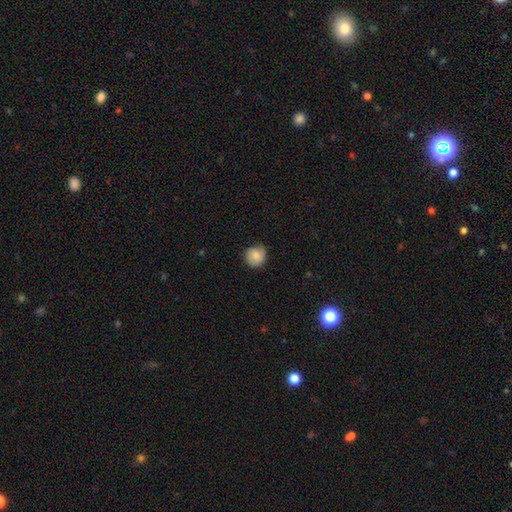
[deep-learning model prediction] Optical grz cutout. It shows a smooth galaxy with no disk features (83%) that is round (88%). Merging: none (76%).